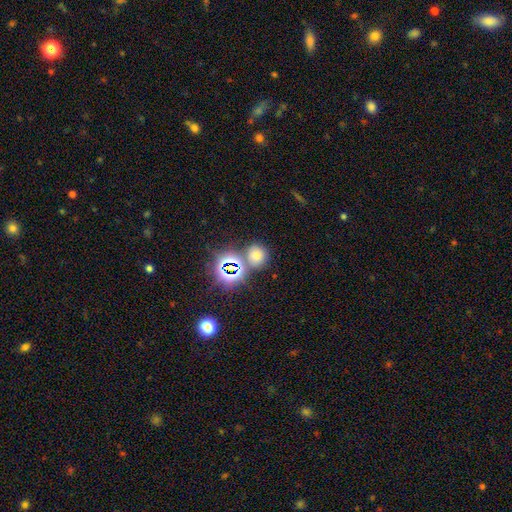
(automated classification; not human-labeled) This is likely a smooth galaxy (61%). How rounded: clearly round (83%). Merging: likely none (71%).